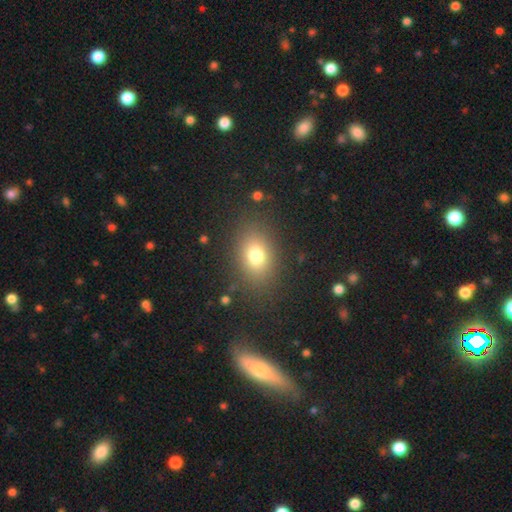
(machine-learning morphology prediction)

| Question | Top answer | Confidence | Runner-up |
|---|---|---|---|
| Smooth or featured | smooth | 74% | star or artifact (14%) |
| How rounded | in between | 67% | round (32%) |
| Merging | none | 83% | minor disturbance (10%) |